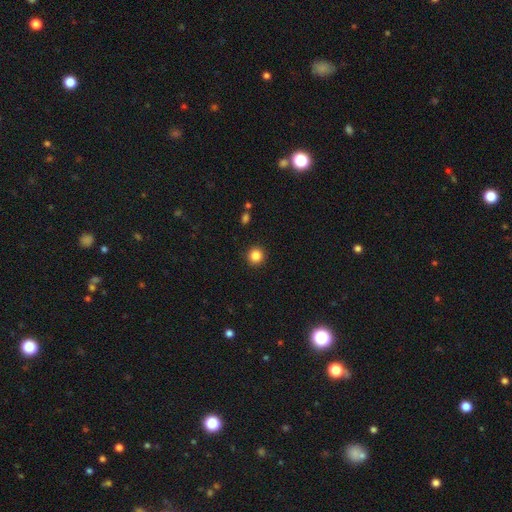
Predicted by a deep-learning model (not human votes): smooth_or_featured: smooth (p=0.85) [alt: star or artifact p=0.11]
how_rounded: round (p=0.94) [alt: in between p=0.05]
merging: none (p=0.92) [alt: minor disturbance p=0.05]